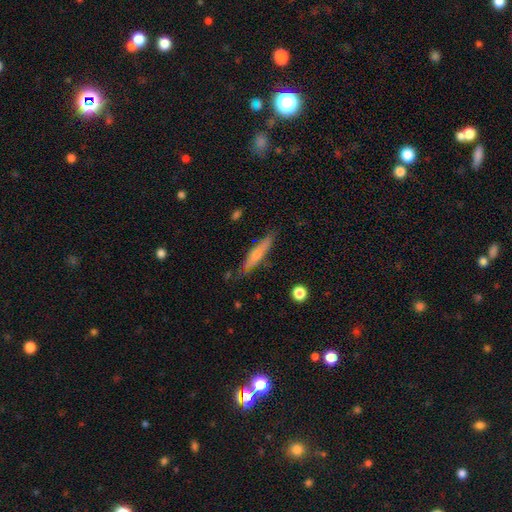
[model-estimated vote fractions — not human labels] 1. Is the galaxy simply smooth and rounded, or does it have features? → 57% smooth, 37% featured or disk, 6% star or artifact.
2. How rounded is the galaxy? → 85% cigar-shaped, 13% in between, 2% round.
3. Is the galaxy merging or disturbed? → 76% none, 18% minor disturbance, 4% major disturbance, 3% merger.